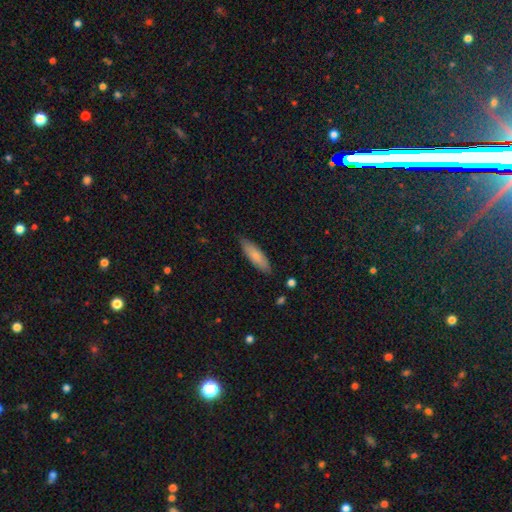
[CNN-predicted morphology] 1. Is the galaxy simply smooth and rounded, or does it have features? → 79% smooth, 15% featured or disk, 6% star or artifact.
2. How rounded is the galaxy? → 54% cigar-shaped, 44% in between, 2% round.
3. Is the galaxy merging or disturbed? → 84% none, 12% minor disturbance, 2% major disturbance, 1% merger.